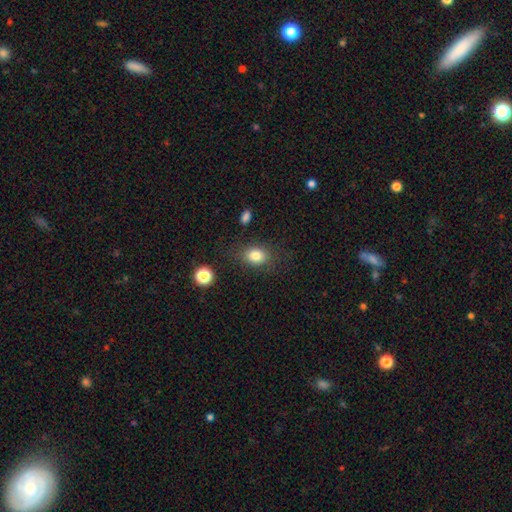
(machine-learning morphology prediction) Smooth or featured? smooth (82%)
How rounded? in between (65%)
Merging? none (77%)